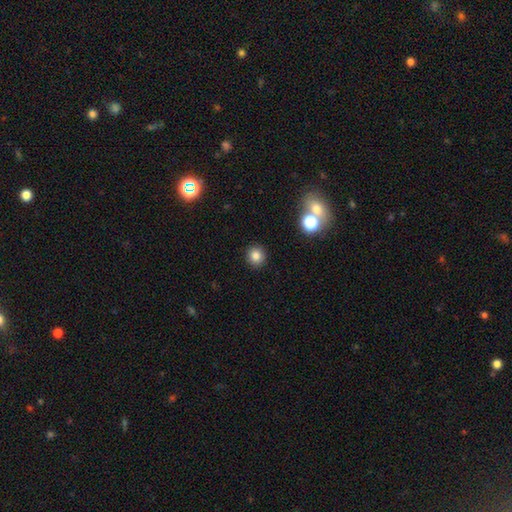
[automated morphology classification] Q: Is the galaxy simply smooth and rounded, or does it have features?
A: smooth — 83%.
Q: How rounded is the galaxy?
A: round — 91%.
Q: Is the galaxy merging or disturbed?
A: none — 91%.